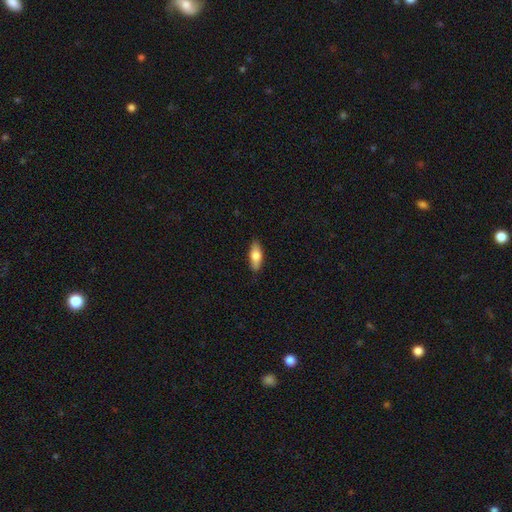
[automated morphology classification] Smooth or featured: smooth — 72% (featured or disk — 22%)
How rounded: in between — 71% (cigar-shaped — 26%)
Merging: none — 87% (minor disturbance — 10%)